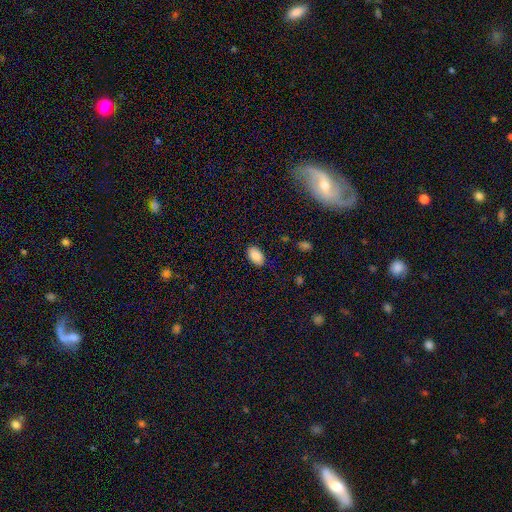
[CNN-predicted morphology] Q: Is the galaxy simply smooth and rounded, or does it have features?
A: smooth — 88%.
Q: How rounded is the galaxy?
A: in between — 93%.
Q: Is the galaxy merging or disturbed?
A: none — 86%.